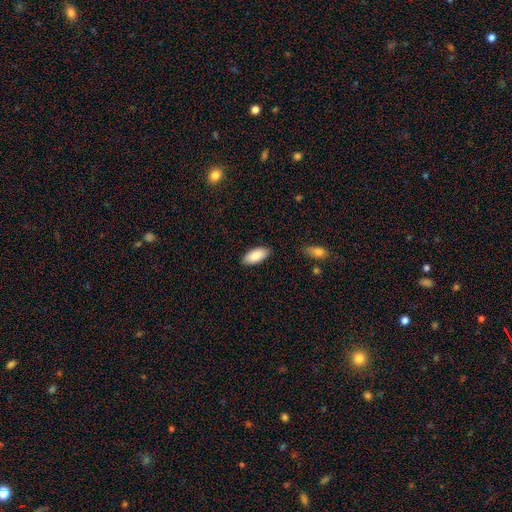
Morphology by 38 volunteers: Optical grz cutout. It shows a smooth galaxy with no disk features (95%) that is in between round and cigar-shaped (89%). Merging: none (92%).